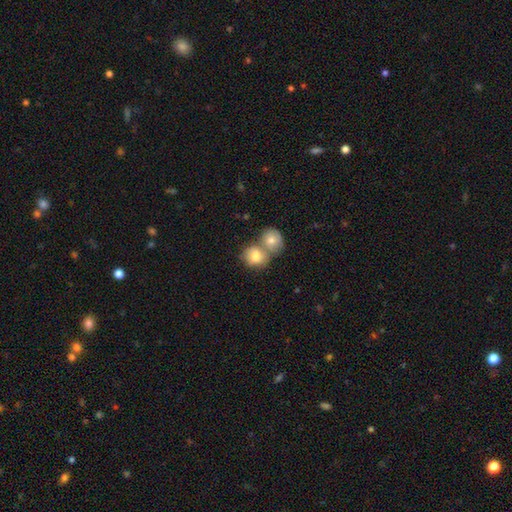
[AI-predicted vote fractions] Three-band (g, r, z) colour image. It shows a smooth galaxy with no disk features (79%) that is round (67%). Merging: merger (63%).